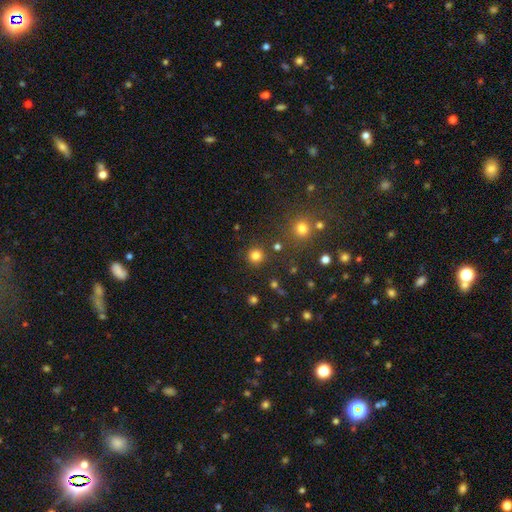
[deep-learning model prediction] This appears to be a smooth galaxy with no disk features (80%) that is round (95%). Merging: none (88%).